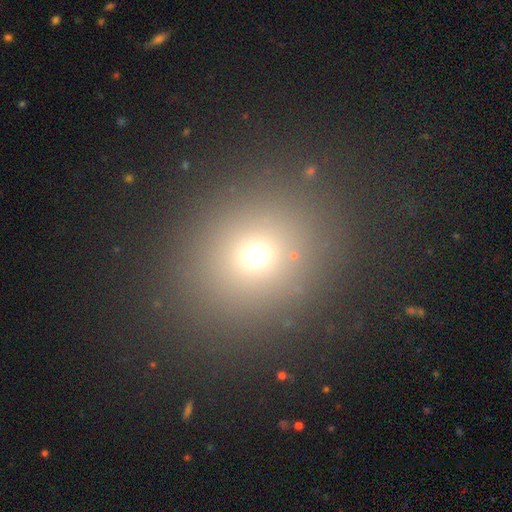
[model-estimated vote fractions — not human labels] A smooth galaxy with no disk features (67%) that is round (76%). Merging: none (87%).